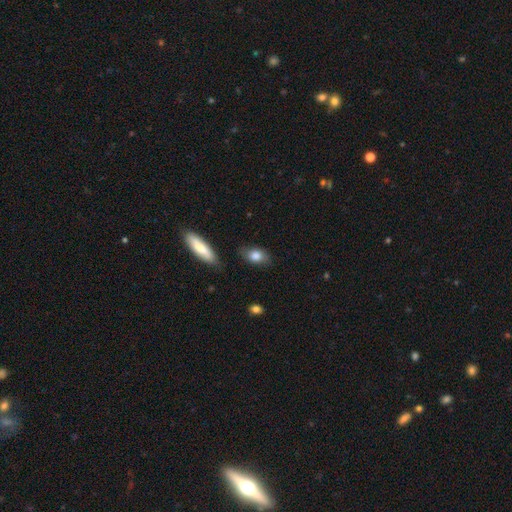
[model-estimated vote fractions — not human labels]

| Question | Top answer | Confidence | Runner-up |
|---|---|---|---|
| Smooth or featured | smooth | 82% | featured or disk (11%) |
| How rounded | in between | 83% | round (12%) |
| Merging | none | 77% | minor disturbance (16%) |